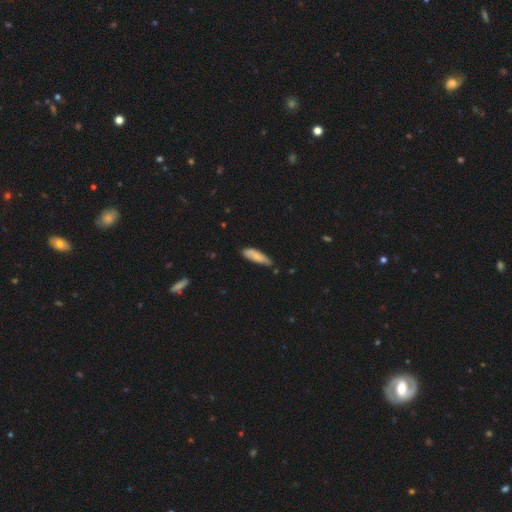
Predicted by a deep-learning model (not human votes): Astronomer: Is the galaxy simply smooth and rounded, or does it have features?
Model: smooth — 79%.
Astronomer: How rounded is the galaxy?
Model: cigar-shaped — 57% (runner-up: in between, 42%).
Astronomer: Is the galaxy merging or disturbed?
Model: none — 64%.